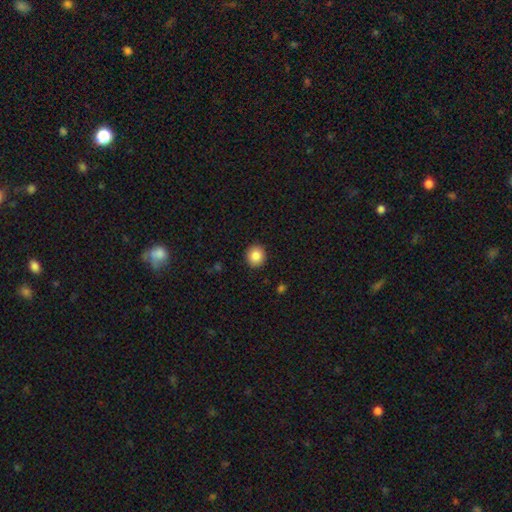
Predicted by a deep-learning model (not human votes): Q: Smooth or featured?
A: smooth (86%); runner-up: star or artifact (9%)
Q: How rounded?
A: round (88%); runner-up: in between (11%)
Q: Merging?
A: none (92%); runner-up: minor disturbance (6%)